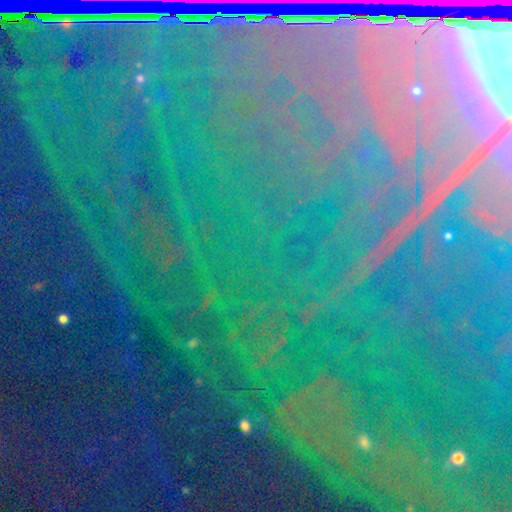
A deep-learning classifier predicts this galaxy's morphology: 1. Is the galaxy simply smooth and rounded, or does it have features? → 86% star or artifact, 7% featured or disk, 6% smooth.